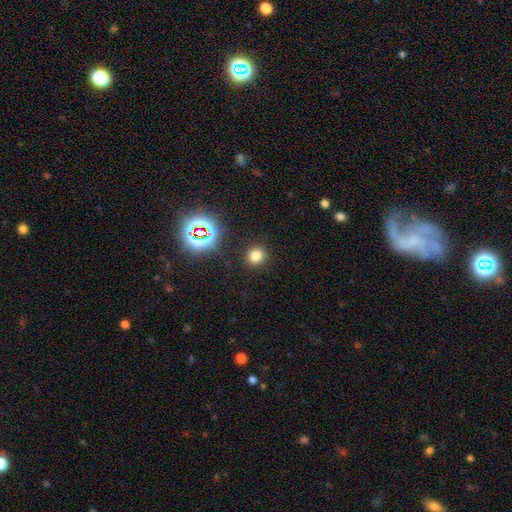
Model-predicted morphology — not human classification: Smooth or featured? Predicted: smooth (p=0.73). How rounded? Predicted: round (p=0.86). Merging? Predicted: none (p=0.89).